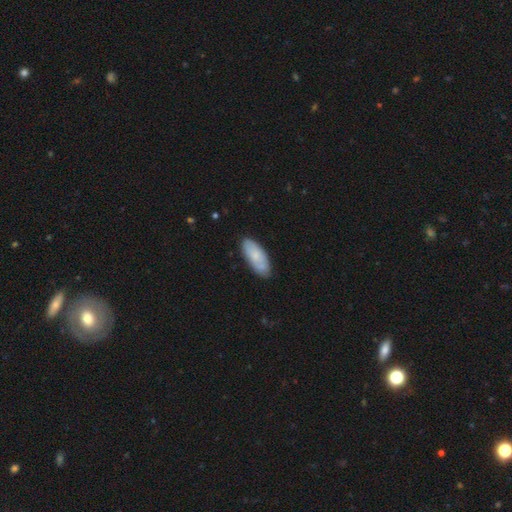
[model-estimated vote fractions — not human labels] A smooth galaxy with no disk features (73%) that is in between round and cigar-shaped (82%).

Vote fractions:
- Smooth or featured? smooth: 73% / featured or disk: 21% / star or artifact: 6%
- How rounded? in between: 82% / cigar-shaped: 16% / round: 2%
- Merging? none: 77% / minor disturbance: 17% / major disturbance: 3% / merger: 3%